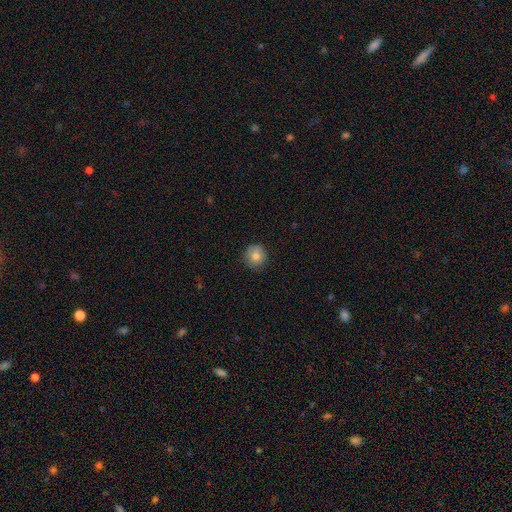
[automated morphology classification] Smooth or featured: smooth — 79% (featured or disk — 12%)
How rounded: round — 92% (in between — 7%)
Merging: none — 87% (minor disturbance — 10%)